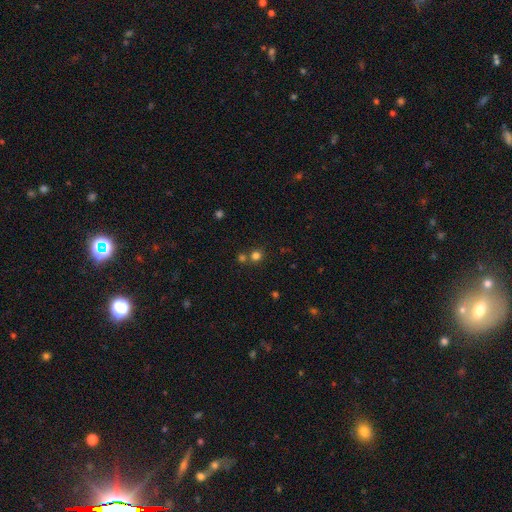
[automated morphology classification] Smooth or featured?
  - smooth: 75% *
  - star or artifact: 19%
  - featured or disk: 6%
How rounded?
  - round: 89% *
  - in between: 10%
  - cigar-shaped: 1%
Merging?
  - none: 65% *
  - merger: 26%
  - minor disturbance: 7%
  - major disturbance: 3%